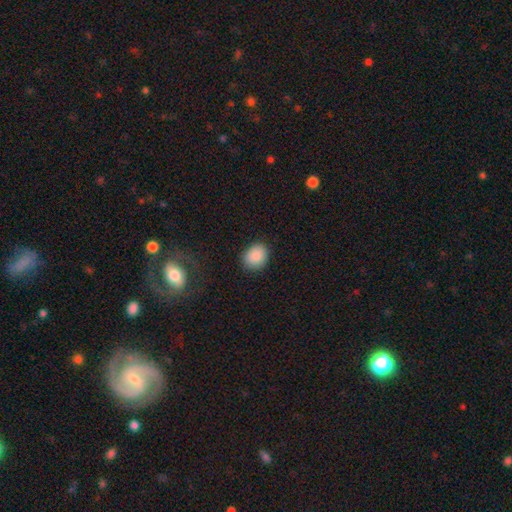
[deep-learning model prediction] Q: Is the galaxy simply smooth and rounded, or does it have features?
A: smooth — 88%.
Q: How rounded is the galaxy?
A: round — 54%.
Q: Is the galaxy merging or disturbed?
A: none — 85%.